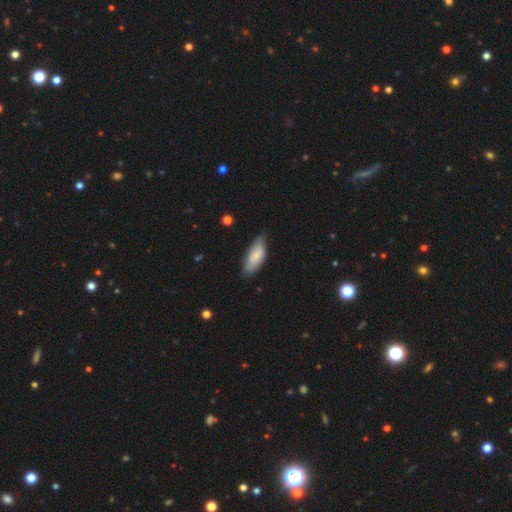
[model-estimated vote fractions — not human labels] Smooth or featured? Predicted: smooth (p=0.80). How rounded? Predicted: in between (p=0.77). Merging? Predicted: none (p=0.71).